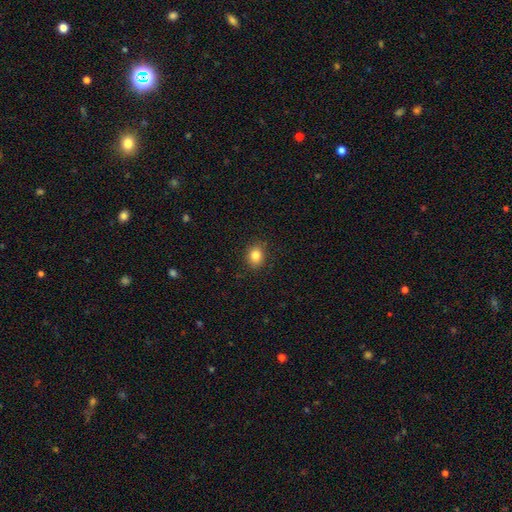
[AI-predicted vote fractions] smooth_or_featured: smooth (p=0.83) [alt: star or artifact p=0.11]
how_rounded: round (p=0.62) [alt: in between p=0.37]
merging: none (p=0.89) [alt: minor disturbance p=0.08]